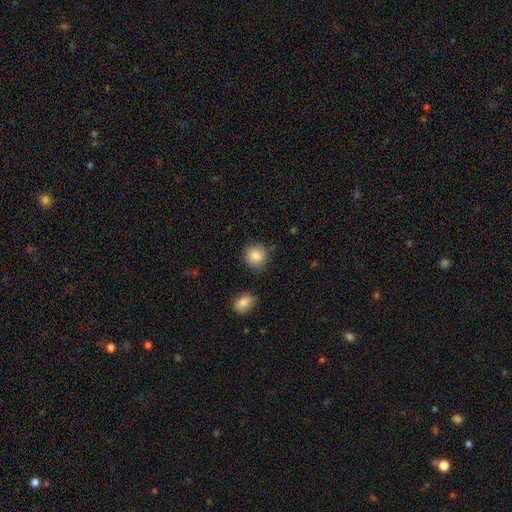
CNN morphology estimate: smooth_or_featured: smooth (p=0.86) [alt: star or artifact p=0.08]
how_rounded: round (p=0.85) [alt: in between p=0.14]
merging: none (p=0.78) [alt: minor disturbance p=0.15]